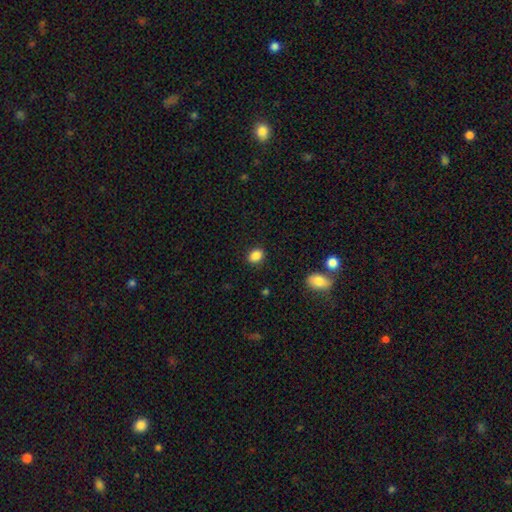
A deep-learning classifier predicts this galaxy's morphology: smooth 87%, star or artifact 10%, featured or disk 4%. Down the decision tree: how rounded — in between (59%); merging — none (87%).